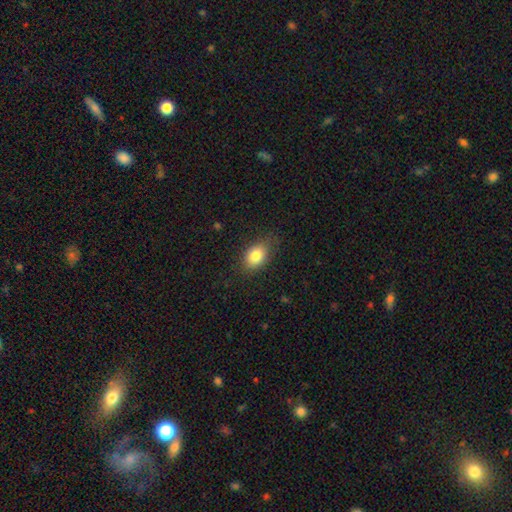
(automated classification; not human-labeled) smooth 81%, featured or disk 10%, star or artifact 9%. Down the decision tree: how rounded — in between (79%); merging — none (80%).